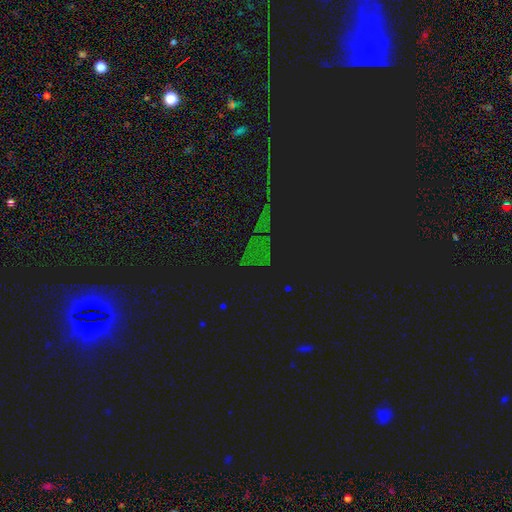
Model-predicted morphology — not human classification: This is likely a star or artifact rather than a galaxy (79%).